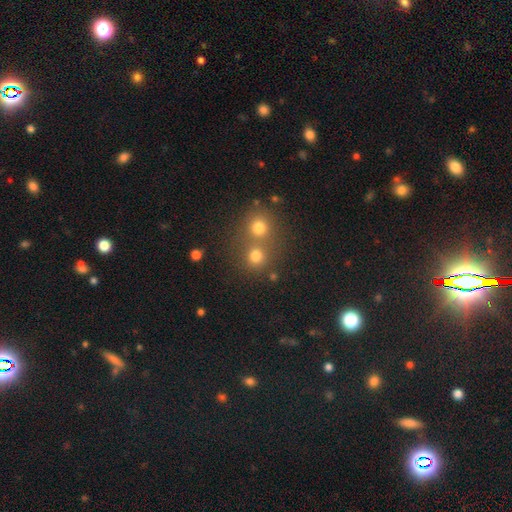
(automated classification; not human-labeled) Morphology: type=smooth (77%); roundness=round (88%); merging=none (54%).